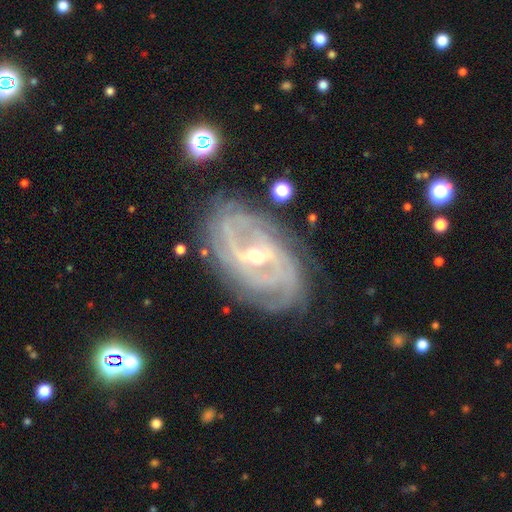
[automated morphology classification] Smooth or featured? featured or disk (90%)
Edge-on disk? no (95%)
Bar? weak (42%)
Spiral arms? yes (97%)
Spiral winding? tight (61%)
Spiral arm count? 2 (28%)
Bulge size? small (51%)
Merging? none (79%)